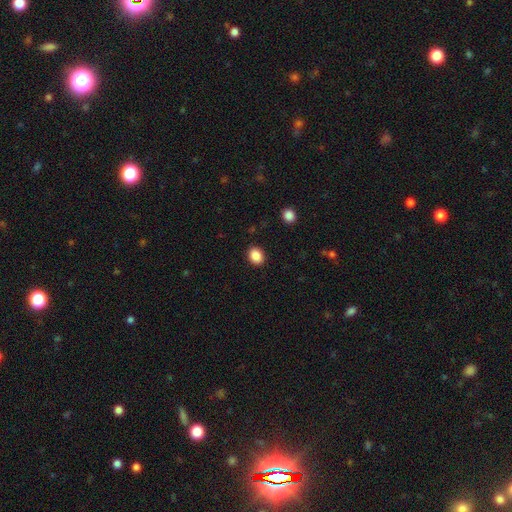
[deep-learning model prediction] Smooth or featured? Predicted: smooth (p=0.88). How rounded? Predicted: in between (p=0.51). Merging? Predicted: none (p=0.90).